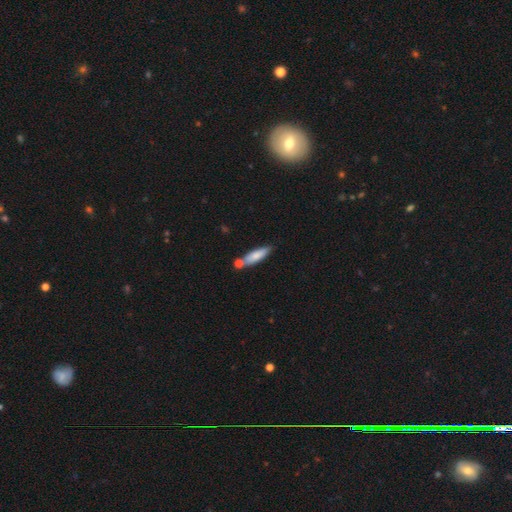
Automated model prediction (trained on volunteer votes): Smooth or featured?
  - smooth: 77% *
  - featured or disk: 17%
  - star or artifact: 6%
How rounded?
  - cigar-shaped: 62% *
  - in between: 36%
  - round: 2%
Merging?
  - none: 62% *
  - merger: 19%
  - minor disturbance: 15%
  - major disturbance: 3%